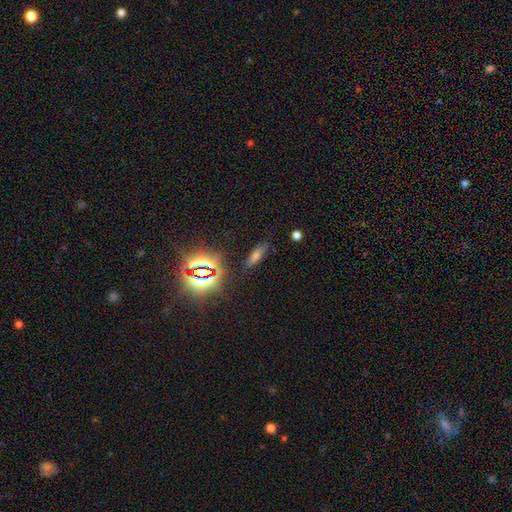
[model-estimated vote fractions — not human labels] Morphology: type=smooth (54%); roundness=cigar-shaped (48%); merging=none (82%).